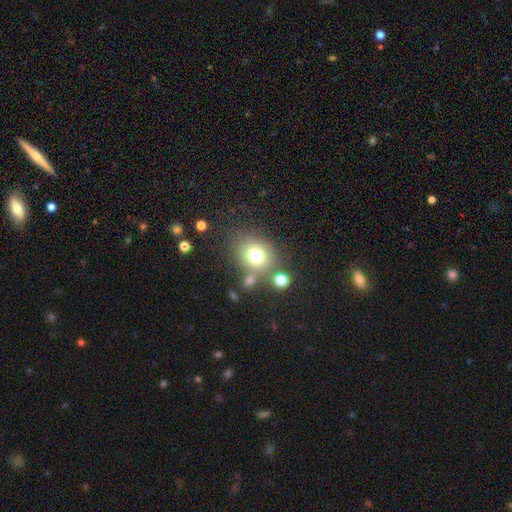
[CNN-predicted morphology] Smooth or featured: smooth — 74% (star or artifact — 13%)
How rounded: round — 53% (in between — 46%)
Merging: none — 65% (merger — 14%)